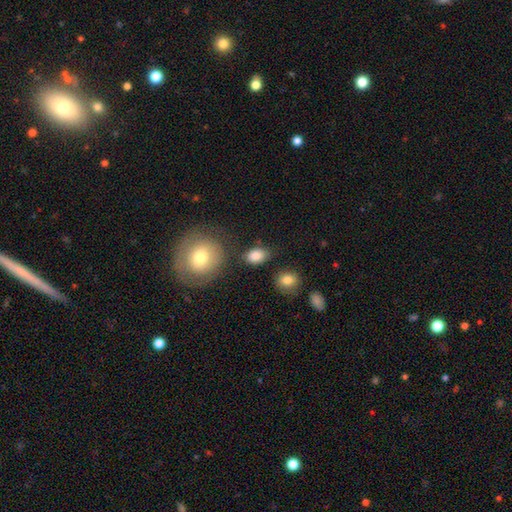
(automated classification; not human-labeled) smooth 85%, star or artifact 8%, featured or disk 7%. Down the decision tree: how rounded — in between (76%); merging — none (77%).